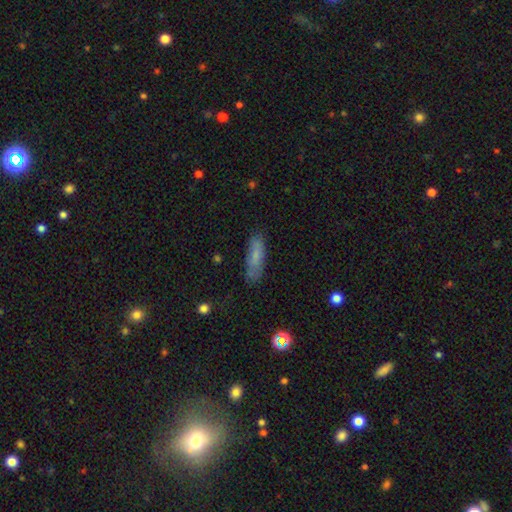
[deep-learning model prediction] A smooth galaxy with no disk features (72%) that is in between round and cigar-shaped (49%, tied with cigar-shaped).

Vote fractions:
- Smooth or featured? smooth: 72% / featured or disk: 20% / star or artifact: 8%
- How rounded? in between: 49% (tied) / cigar-shaped: 49% (tied) / round: 2%
- Merging? none: 72% / minor disturbance: 20% / major disturbance: 5% / merger: 2%